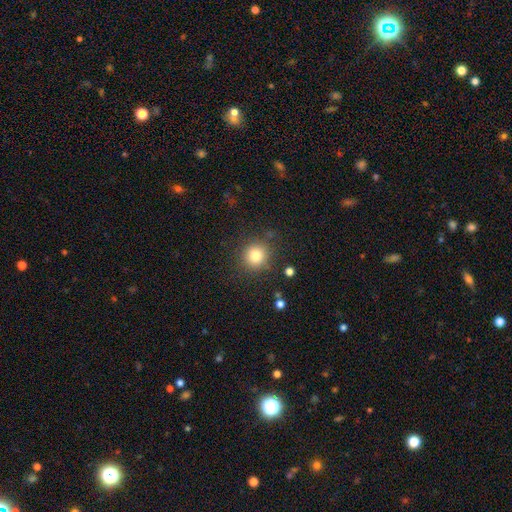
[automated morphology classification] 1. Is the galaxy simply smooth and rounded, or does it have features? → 80% smooth, 12% star or artifact, 8% featured or disk.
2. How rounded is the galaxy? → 91% round, 8% in between, 1% cigar-shaped.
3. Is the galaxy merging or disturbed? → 84% none, 10% minor disturbance, 4% major disturbance, 2% merger.